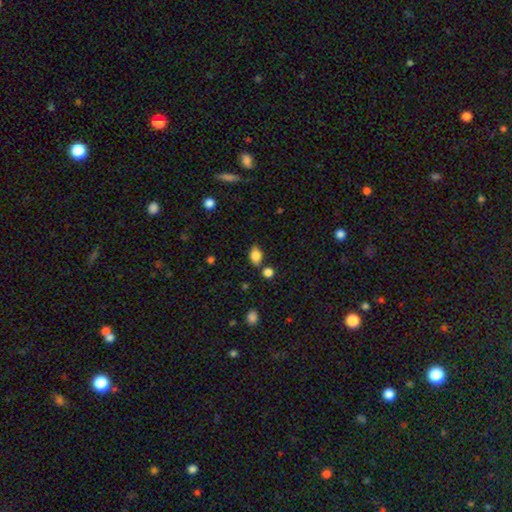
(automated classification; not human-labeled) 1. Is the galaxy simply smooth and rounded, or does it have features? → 83% smooth, 9% star or artifact, 8% featured or disk.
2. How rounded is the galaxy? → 83% in between, 15% round, 2% cigar-shaped.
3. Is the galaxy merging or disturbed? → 69% none, 16% minor disturbance, 10% merger, 4% major disturbance.